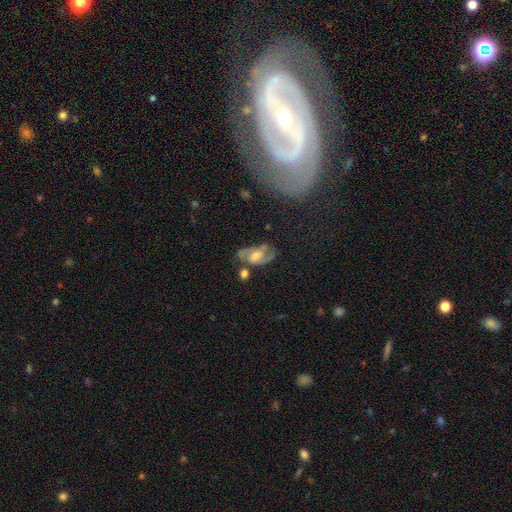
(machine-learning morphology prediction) featured or disk 73%, smooth 19%, star or artifact 8%. Down the decision tree: edge-on disk — no (95%); bar — no (48%); spiral arms — yes (89%); spiral arm count — 2 (77%); spiral winding — medium (50%); bulge size — moderate (53%); merging — none (53%).